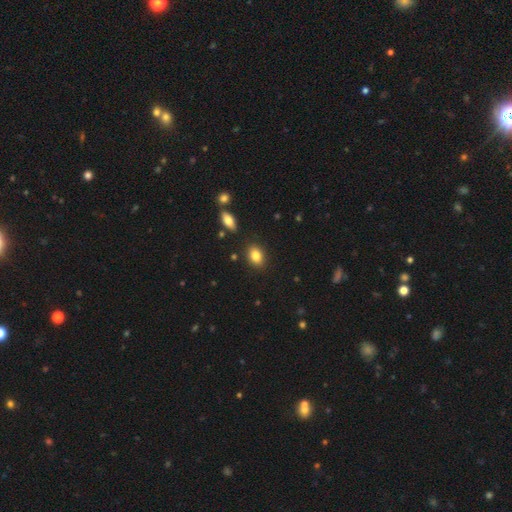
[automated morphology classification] The model was most divided on "how rounded": in between: 76%, round: 23%, cigar-shaped: 2%. More confident: merging — none (87%); smooth or featured — smooth (84%).